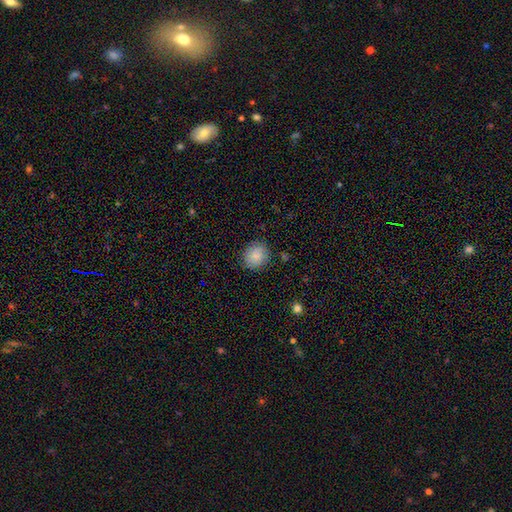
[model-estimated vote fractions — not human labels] Smooth or featured: smooth — 84% (star or artifact — 8%)
How rounded: round — 81% (in between — 18%)
Merging: none — 85% (minor disturbance — 11%)